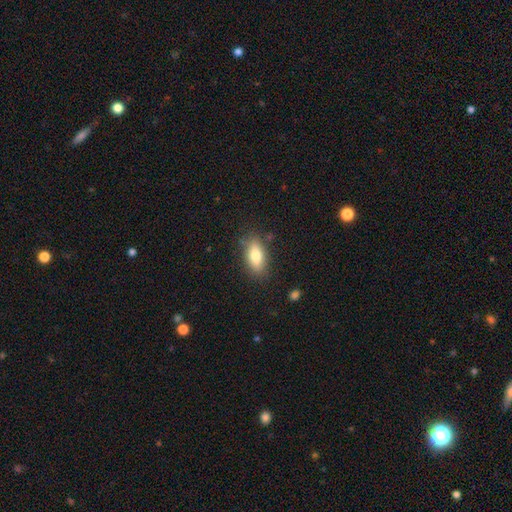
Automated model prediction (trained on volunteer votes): A smooth galaxy with no disk features (80%) that is in between round and cigar-shaped (84%).

Vote fractions:
- Smooth or featured? smooth: 80% / featured or disk: 13% / star or artifact: 7%
- How rounded? in between: 84% / cigar-shaped: 12% / round: 4%
- Merging? none: 82% / minor disturbance: 13% / major disturbance: 3% / merger: 2%